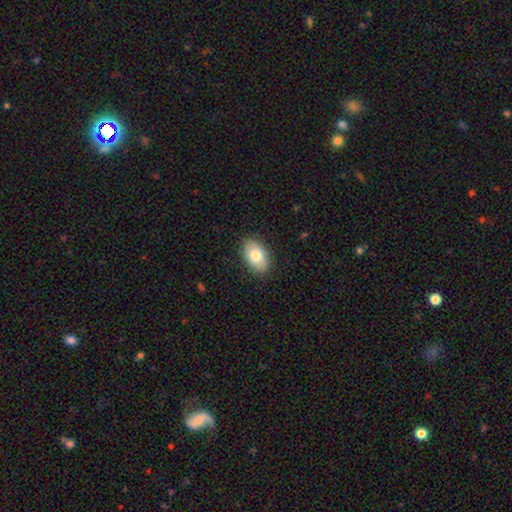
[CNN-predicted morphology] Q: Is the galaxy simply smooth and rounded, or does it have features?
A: smooth — 77%.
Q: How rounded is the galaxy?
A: in between — 90%.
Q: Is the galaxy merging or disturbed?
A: none — 88%.